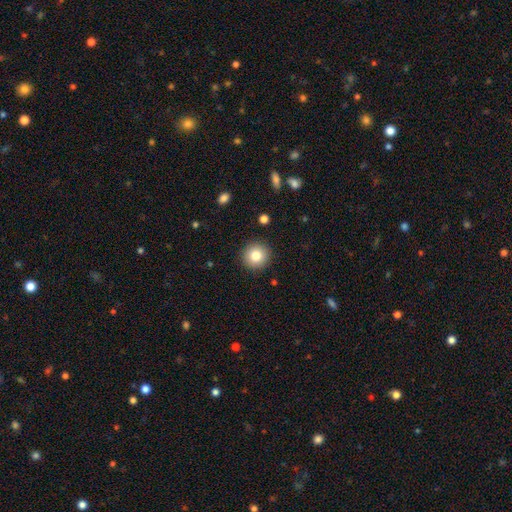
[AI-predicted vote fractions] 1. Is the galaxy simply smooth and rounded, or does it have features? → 82% smooth, 10% star or artifact, 8% featured or disk.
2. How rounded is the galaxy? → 93% round, 6% in between, 1% cigar-shaped.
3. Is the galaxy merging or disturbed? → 91% none, 6% minor disturbance, 2% major disturbance, 1% merger.